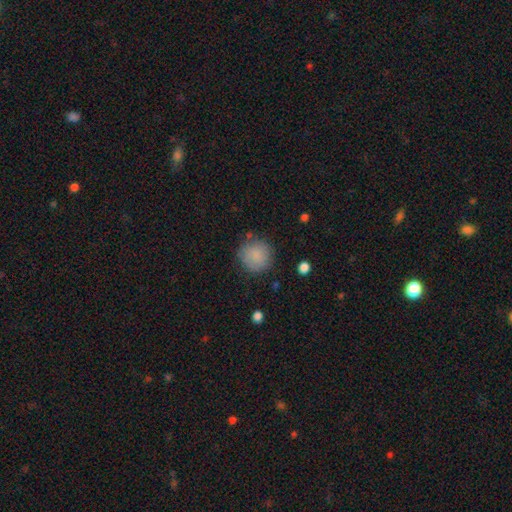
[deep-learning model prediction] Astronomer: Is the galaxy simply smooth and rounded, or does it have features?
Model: smooth — 86%.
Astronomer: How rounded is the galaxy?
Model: round — 91%.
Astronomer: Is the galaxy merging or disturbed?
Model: none — 80%.